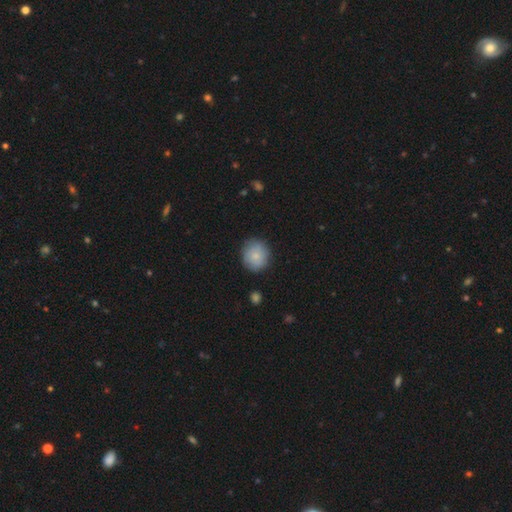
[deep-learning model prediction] Morphology: type=smooth (81%); roundness=round (84%); merging=none (82%).